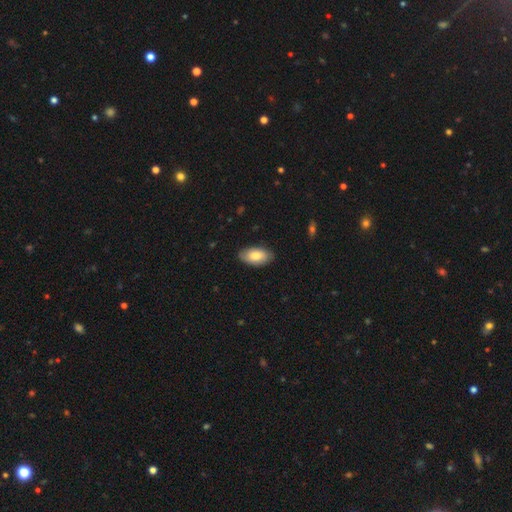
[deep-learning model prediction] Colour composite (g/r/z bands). It shows a smooth galaxy with no disk features (80%) that is in between round and cigar-shaped (95%). Merging: none (84%).